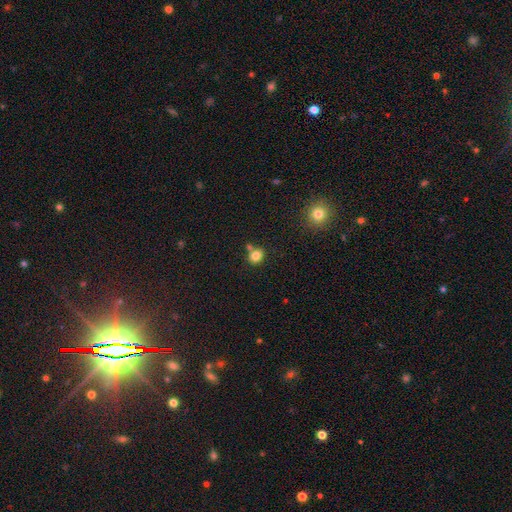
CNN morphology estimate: smooth 82%, star or artifact 12%, featured or disk 7%. Down the decision tree: how rounded — round (59%); merging — none (65%).